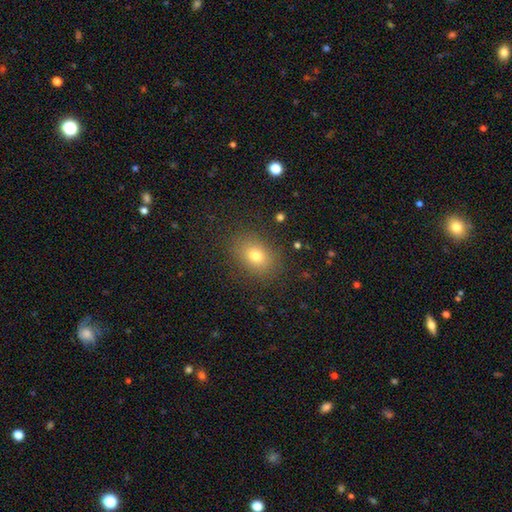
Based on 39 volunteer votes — Smooth or featured? 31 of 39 (79%) said smooth. How rounded? 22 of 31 (71%) said in between. Merging? 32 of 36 (89%) said none.